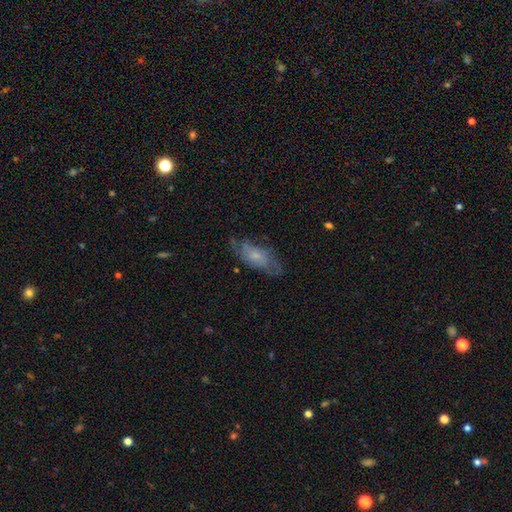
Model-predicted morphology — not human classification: smooth-or-featured: featured or disk: 50% | smooth: 43% | star or artifact: 7%
  merging: none: 61% | minor disturbance: 25% | major disturbance: 13% | merger: 2%